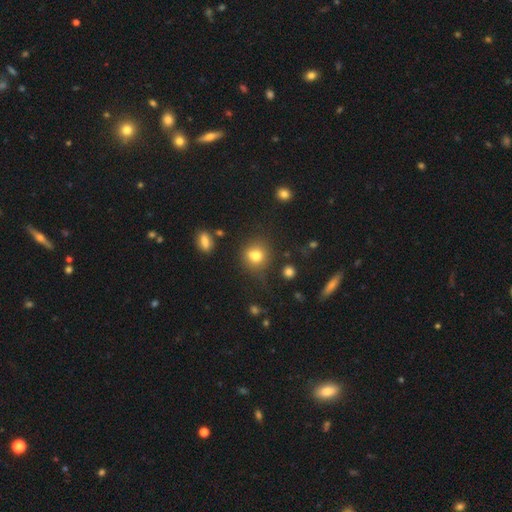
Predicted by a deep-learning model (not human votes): A smooth galaxy with no disk features (77%) that is round (74%).

Vote fractions:
- Smooth or featured? smooth: 77% / star or artifact: 14% / featured or disk: 10%
- How rounded? round: 74% / in between: 25% / cigar-shaped: 1%
- Merging? none: 67% / minor disturbance: 16% / merger: 11% / major disturbance: 6%